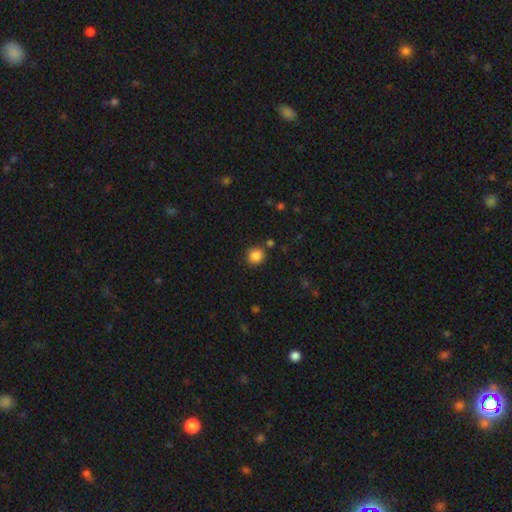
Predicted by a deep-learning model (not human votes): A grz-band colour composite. It shows a smooth galaxy with no disk features (86%) that is round (85%). Merging: none (84%).